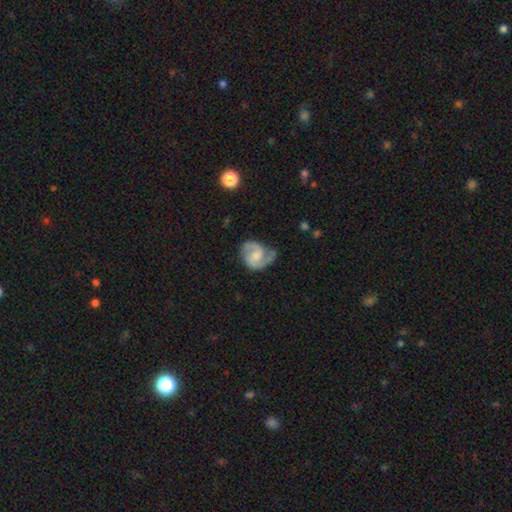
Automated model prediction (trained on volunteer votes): smooth-or-featured: featured or disk: 83% | smooth: 11% | star or artifact: 5%
  disk-edge-on: no: 98% | yes: 2%
    bar: no: 48% | weak: 44% | strong: 8%
    has-spiral-arms: yes: 97% | no: 3%
      spiral-winding: medium: 53% | tight: 27% | loose: 19%
      spiral-arm-count: 2: 87% | 1: 5% | can't tell: 4% | 3: 2% | 4: 1% | more than 4: 1%
    bulge-size: small: 39% | moderate: 31% | none: 25% | large: 5% | dominant: 1%
  merging: none: 62% | minor disturbance: 24% | major disturbance: 11% | merger: 2%